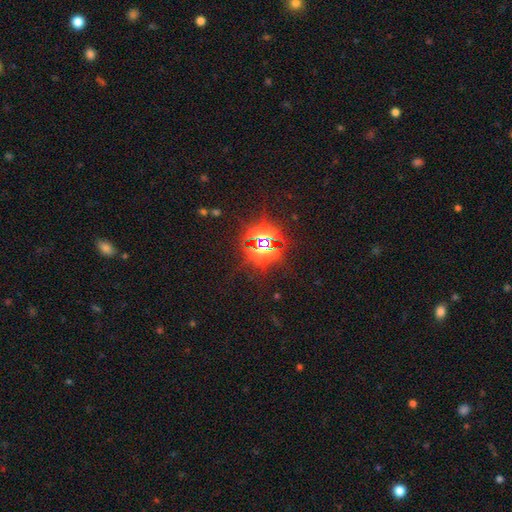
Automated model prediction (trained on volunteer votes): Q: Smooth or featured?
A: star or artifact (82%); runner-up: smooth (13%)